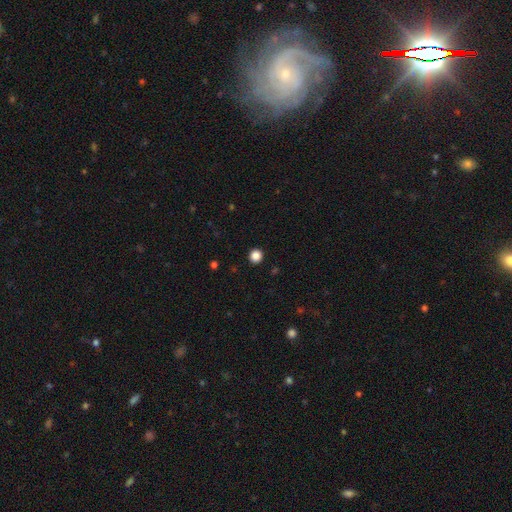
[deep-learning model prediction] smooth_or_featured: smooth (p=0.86) [alt: star or artifact p=0.11]
how_rounded: round (p=0.94) [alt: in between p=0.06]
merging: none (p=0.93) [alt: minor disturbance p=0.04]